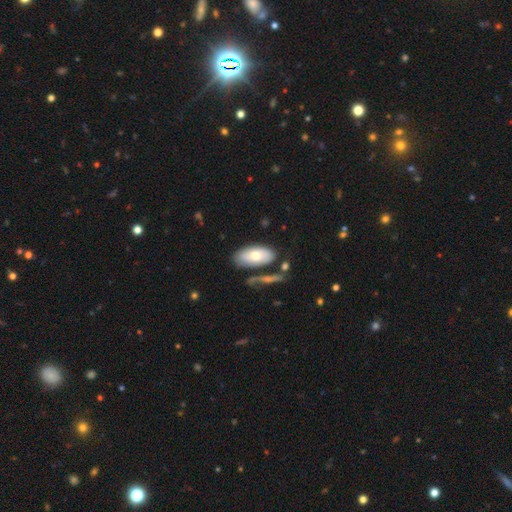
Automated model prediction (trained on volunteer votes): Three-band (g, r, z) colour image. It shows a smooth galaxy with no disk features (68%) that is in between round and cigar-shaped (92%). Merging: none (66%).